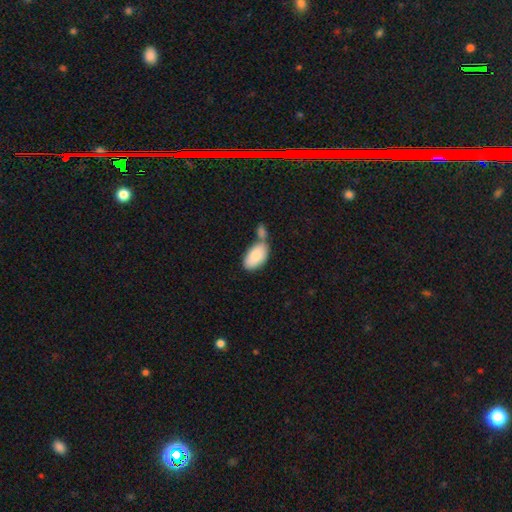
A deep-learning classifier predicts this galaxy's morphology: A smooth galaxy with no disk features (84%) that is in between round and cigar-shaped (95%).

Vote fractions:
- Smooth or featured? smooth: 84% / featured or disk: 10% / star or artifact: 6%
- How rounded? in between: 95% / round: 3% / cigar-shaped: 2%
- Merging? none: 41% / merger: 38% / minor disturbance: 16% / major disturbance: 5%